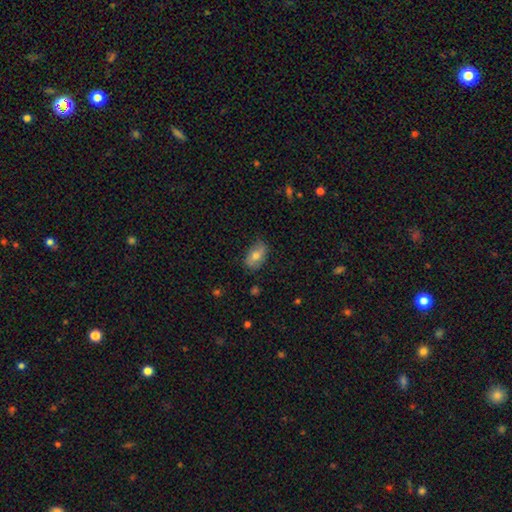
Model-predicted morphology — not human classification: Smooth or featured? Predicted: smooth (p=0.65). How rounded? Predicted: in between (p=0.89). Merging? Predicted: none (p=0.73).